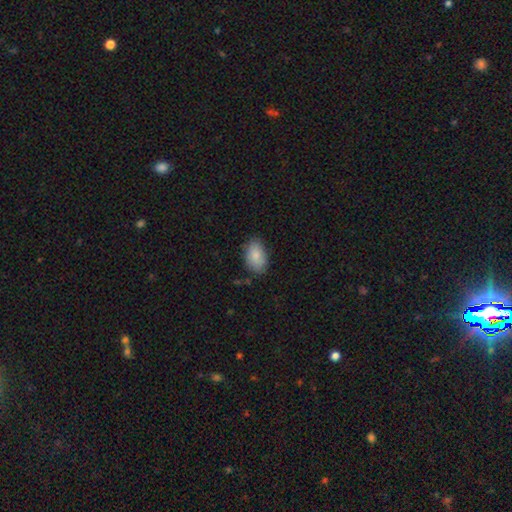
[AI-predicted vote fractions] Overall: smooth (84%). How rounded: in between (91%). Merging: none (78%).